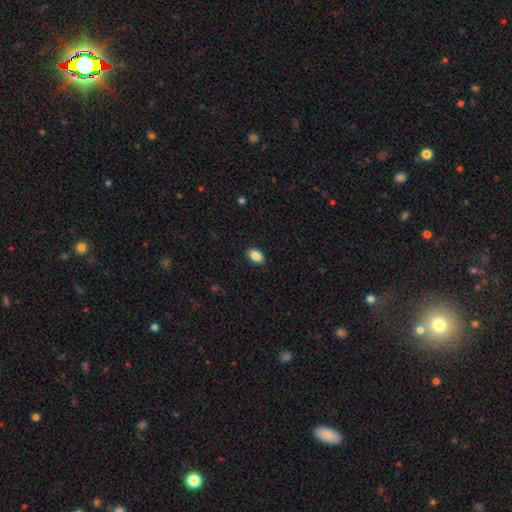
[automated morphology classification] smooth-or-featured: smooth: 87% | star or artifact: 8% | featured or disk: 5%
  how-rounded: in between: 89% | round: 9% | cigar-shaped: 2%
  merging: none: 89% | minor disturbance: 8% | major disturbance: 2% | merger: 1%